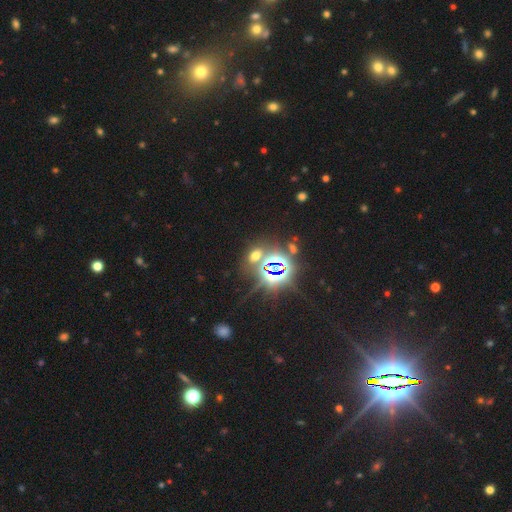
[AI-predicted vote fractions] Smooth or featured?
  - star or artifact: 57% *
  - smooth: 34%
  - featured or disk: 10%